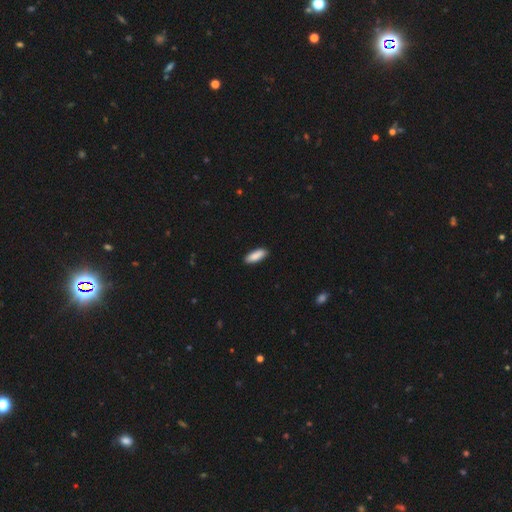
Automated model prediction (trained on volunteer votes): A smooth galaxy with no disk features (89%) that is in between round and cigar-shaped (64%). Merging: none (90%).